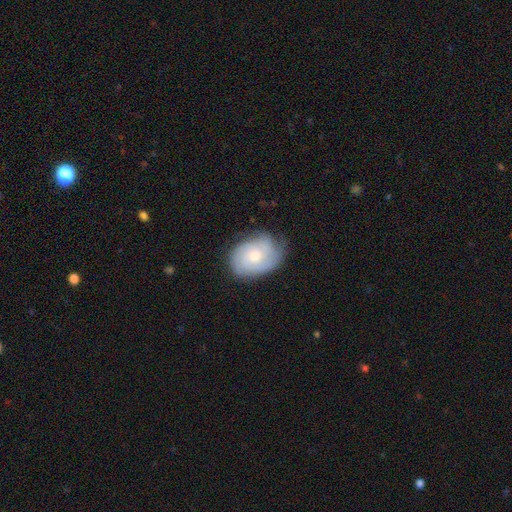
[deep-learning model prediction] A featured or disk galaxy (53%) with no bar (77%), spiral arms (80%) and a moderate central bulge (57%). Merging: none (62%).